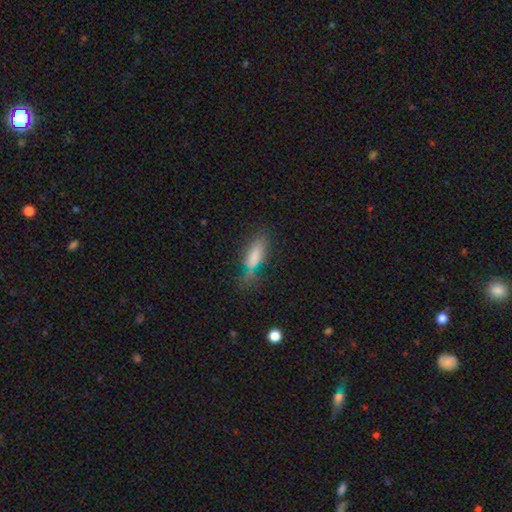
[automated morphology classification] Smooth or featured? Predicted: smooth (p=0.72). How rounded? Predicted: cigar-shaped (p=0.53). Merging? Predicted: none (p=0.56).